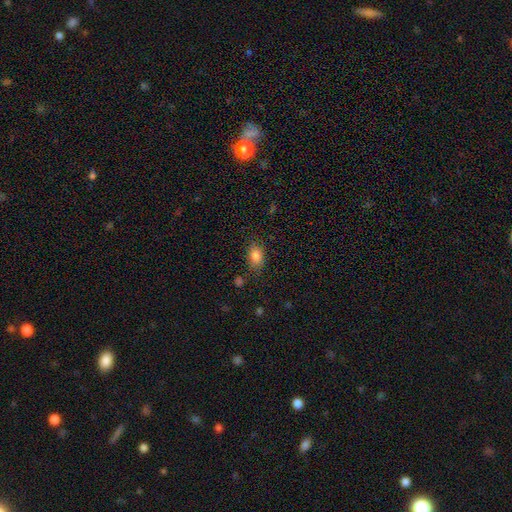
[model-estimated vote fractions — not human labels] smooth_or_featured: smooth (p=0.83) [alt: star or artifact p=0.10]
how_rounded: in between (p=0.82) [alt: round p=0.16]
merging: none (p=0.79) [alt: minor disturbance p=0.15]